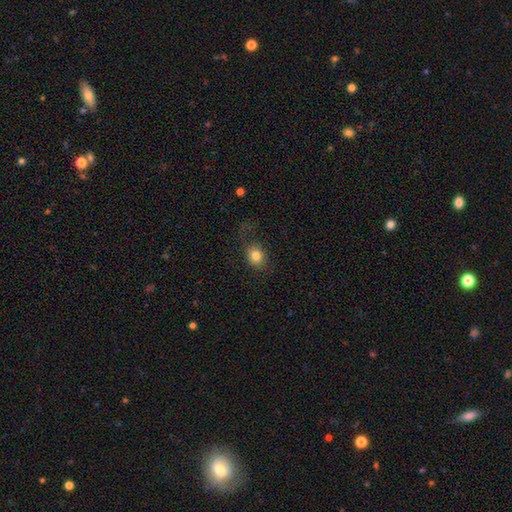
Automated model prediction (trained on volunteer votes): smooth_or_featured: smooth (p=0.81) [alt: star or artifact p=0.10]
how_rounded: round (p=0.61) [alt: in between p=0.38]
merging: none (p=0.65) [alt: minor disturbance p=0.18]